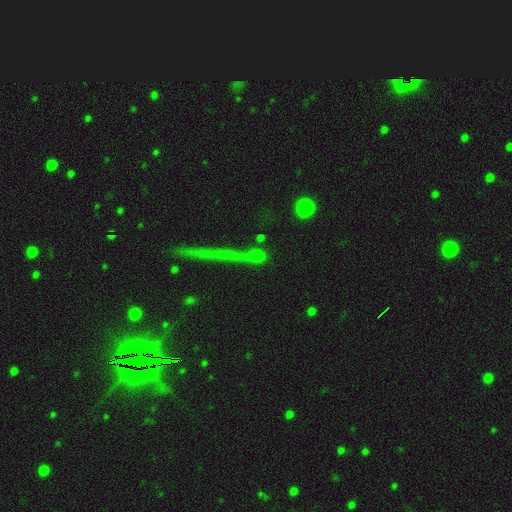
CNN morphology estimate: Q: Smooth or featured?
A: smooth (52%); runner-up: star or artifact (31%)
Q: How rounded?
A: round (64%); runner-up: in between (19%)
Q: Merging?
A: none (68%); runner-up: merger (11%)